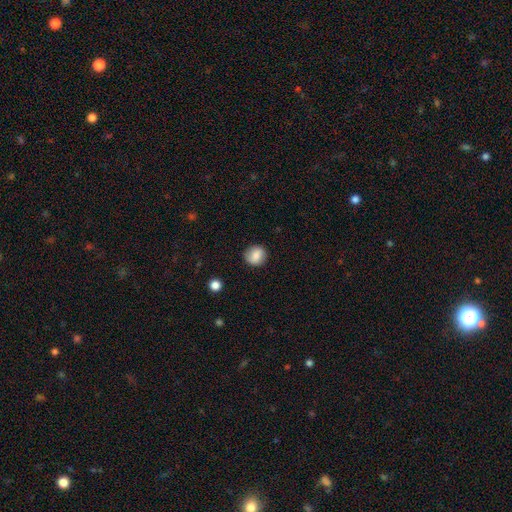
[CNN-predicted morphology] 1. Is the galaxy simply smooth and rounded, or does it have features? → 81% smooth, 10% featured or disk, 8% star or artifact.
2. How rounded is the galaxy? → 83% round, 16% in between, 1% cigar-shaped.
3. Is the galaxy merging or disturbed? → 85% none, 11% minor disturbance, 3% major disturbance, 1% merger.